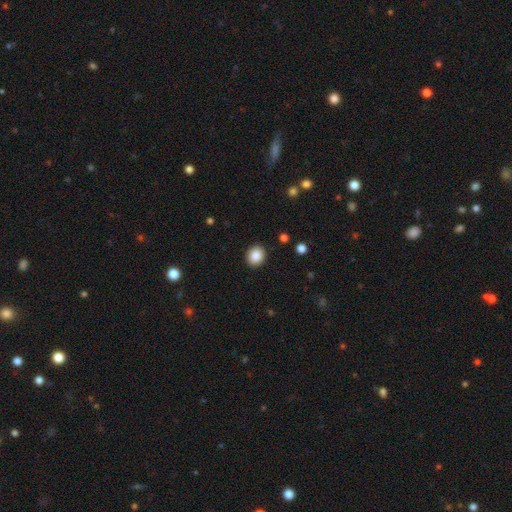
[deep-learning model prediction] Q: Smooth or featured?
A: smooth (87%); runner-up: star or artifact (8%)
Q: How rounded?
A: round (64%); runner-up: in between (35%)
Q: Merging?
A: none (91%); runner-up: minor disturbance (6%)